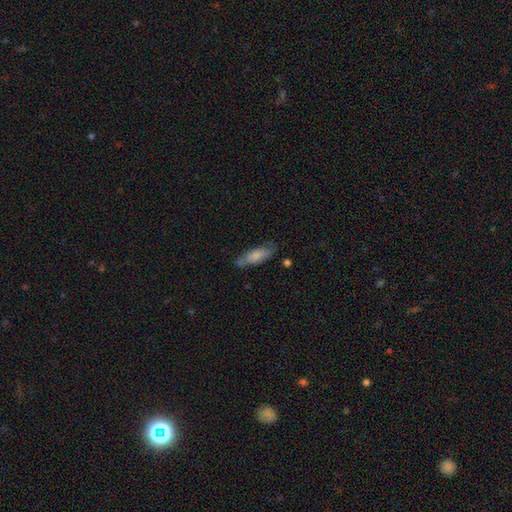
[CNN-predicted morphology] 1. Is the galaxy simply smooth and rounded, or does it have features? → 71% smooth, 22% featured or disk, 7% star or artifact.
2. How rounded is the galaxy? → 53% in between, 45% cigar-shaped, 2% round.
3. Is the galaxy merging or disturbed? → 66% none, 24% minor disturbance, 6% major disturbance, 3% merger.